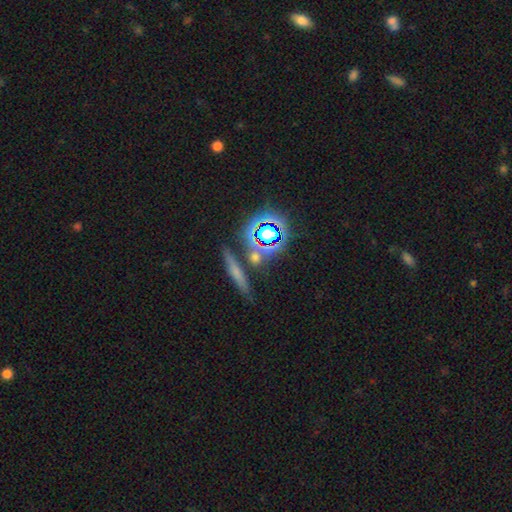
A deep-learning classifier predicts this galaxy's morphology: Overall: smooth (39%; star or artifact 38%). Merging: none (78%).